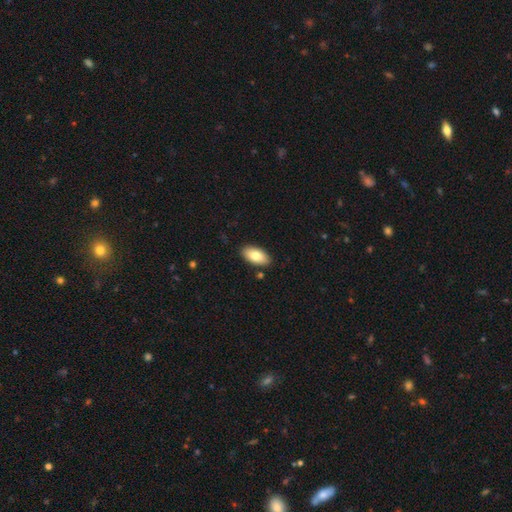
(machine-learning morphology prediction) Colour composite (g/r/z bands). It shows a smooth galaxy with no disk features (80%) that is in between round and cigar-shaped (94%). Merging: none (87%).